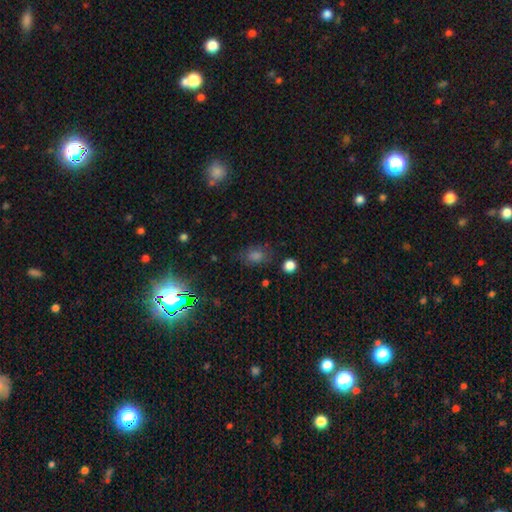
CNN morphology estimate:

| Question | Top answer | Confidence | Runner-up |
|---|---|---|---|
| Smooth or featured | smooth | 60% | star or artifact (31%) |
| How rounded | in between | 66% | round (32%) |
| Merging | none | 74% | minor disturbance (17%) |